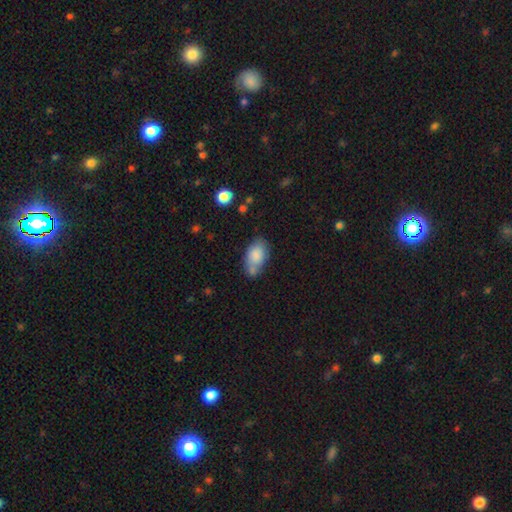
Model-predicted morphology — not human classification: This appears to be a smooth galaxy with no disk features (81%) that is in between round and cigar-shaped (92%). Merging: none (53%).